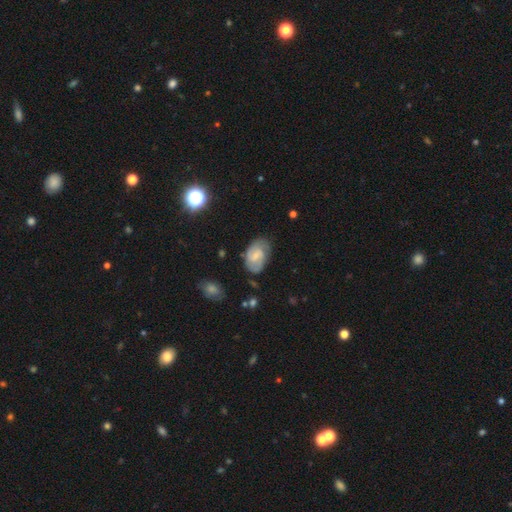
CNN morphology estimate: smooth-or-featured: featured or disk: 54% | smooth: 38% | star or artifact: 8%
  disk-edge-on: no: 96% | yes: 4%
    bar: weak: 47% | no: 45% | strong: 8%
    has-spiral-arms: yes: 84% | no: 16%
    bulge-size: small: 50% | moderate: 28% | none: 18% | large: 3% | dominant: 1%
  merging: none: 66% | minor disturbance: 24% | major disturbance: 8% | merger: 2%